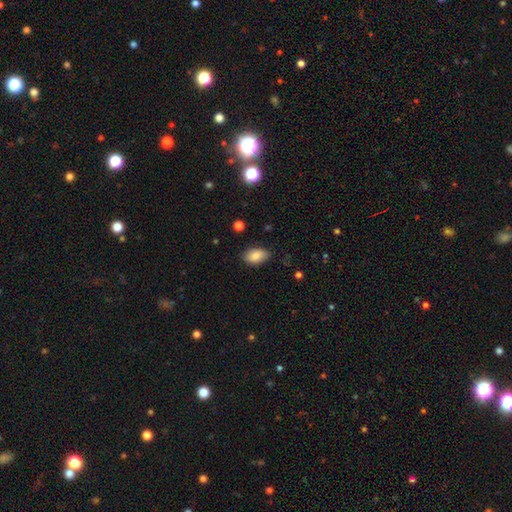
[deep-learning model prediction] Q: Smooth or featured?
A: smooth (84%); runner-up: featured or disk (9%)
Q: How rounded?
A: in between (93%); runner-up: round (5%)
Q: Merging?
A: none (79%); runner-up: minor disturbance (16%)